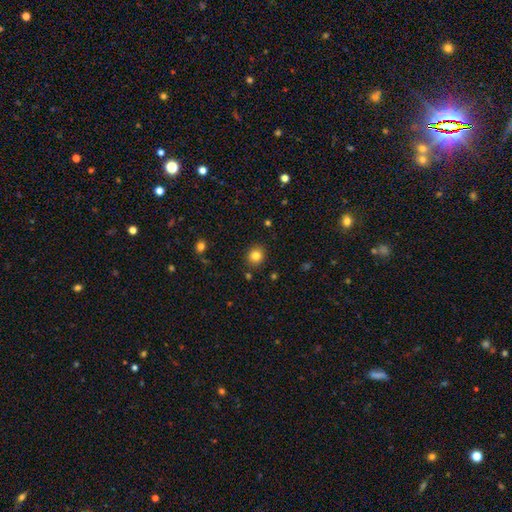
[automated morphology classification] smooth-or-featured: smooth: 82% | star or artifact: 12% | featured or disk: 6%
  how-rounded: round: 84% | in between: 16% | cigar-shaped: 1%
  merging: none: 88% | minor disturbance: 7% | merger: 2% | major disturbance: 2%